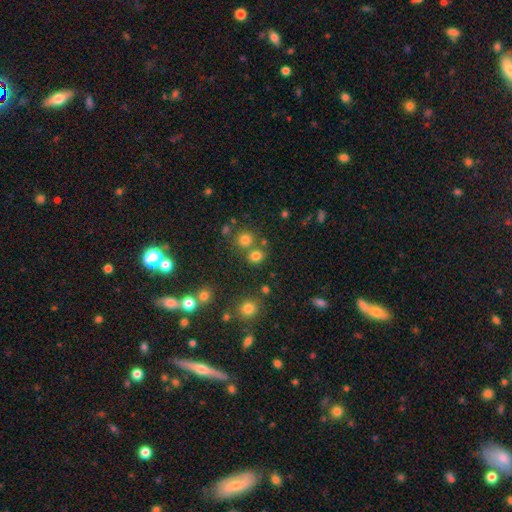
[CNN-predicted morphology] This is likely a smooth galaxy (76%). How rounded: likely round (76%). Merging: likely none (67%).